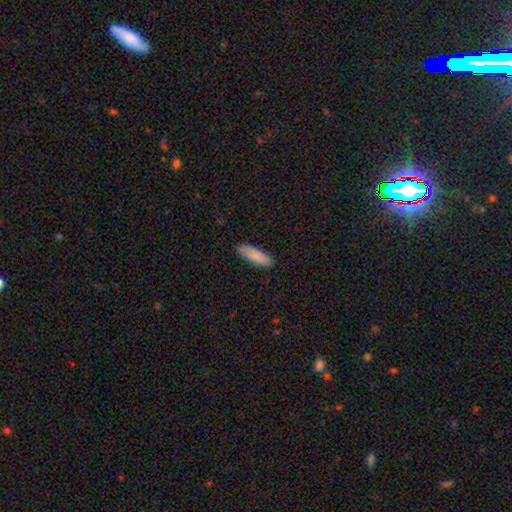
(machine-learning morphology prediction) The model was most divided on "how rounded": cigar-shaped: 56%, in between: 42%, round: 1%. More confident: merging — none (89%); smooth or featured — smooth (87%).